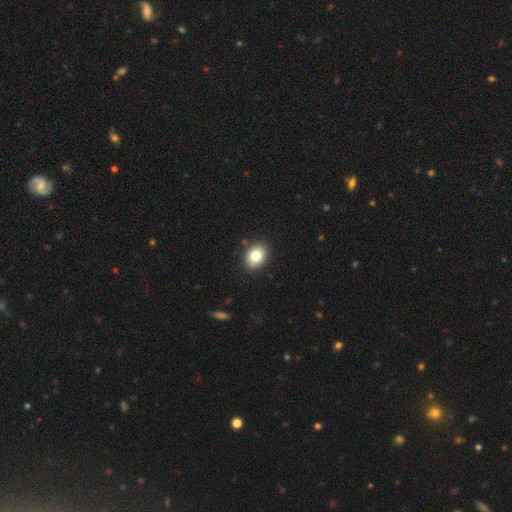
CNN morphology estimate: Smooth or featured? Predicted: smooth (p=0.81). How rounded? Predicted: in between (p=0.56). Merging? Predicted: none (p=0.88).